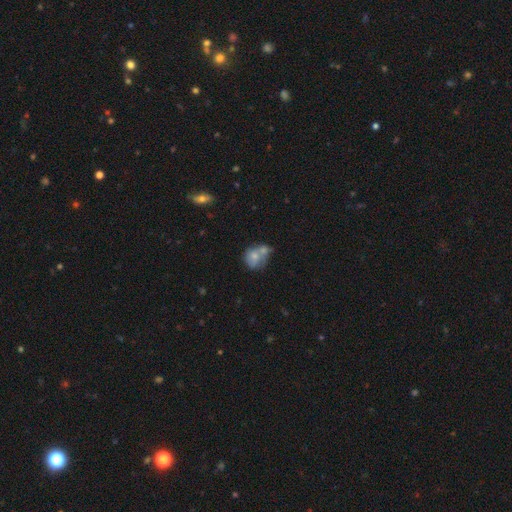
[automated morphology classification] Overall: smooth (68%). How rounded: round (67%; in between 32%). Merging: merger (56%; none 26%).